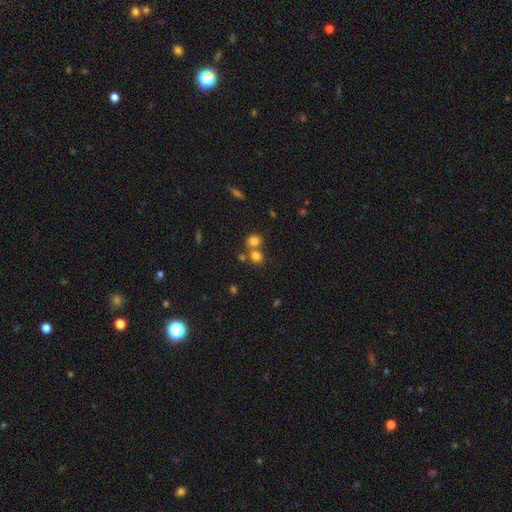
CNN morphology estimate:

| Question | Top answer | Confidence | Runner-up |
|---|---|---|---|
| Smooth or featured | smooth | 75% | star or artifact (16%) |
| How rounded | round | 79% | in between (20%) |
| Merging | none | 52% | merger (37%) |